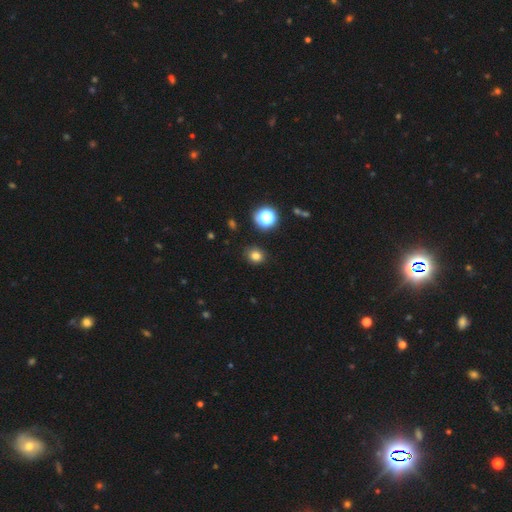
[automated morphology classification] Smooth or featured? Predicted: smooth (p=0.78). How rounded? Predicted: round (p=0.73). Merging? Predicted: none (p=0.88).